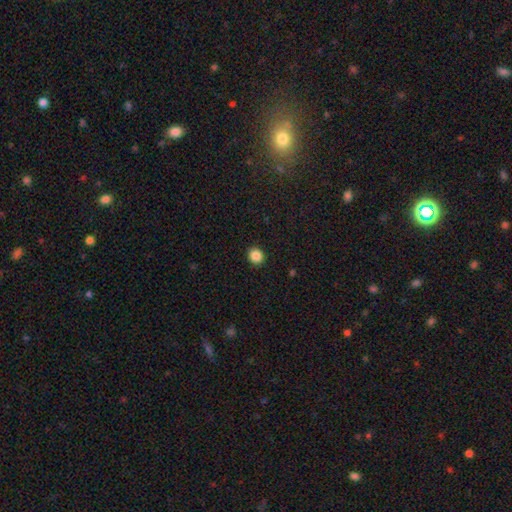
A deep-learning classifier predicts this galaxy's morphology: Smooth or featured? Predicted: smooth (p=0.87). How rounded? Predicted: round (p=0.85). Merging? Predicted: none (p=0.92).